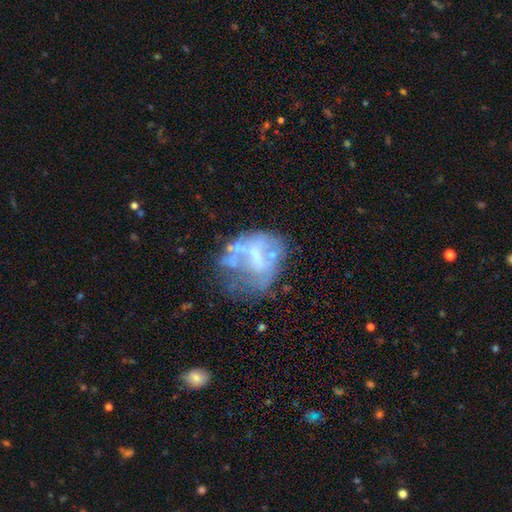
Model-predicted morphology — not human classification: This appears to be a featured or disk galaxy (62%) with no bar (65%), no spiral arms (86%) and no central bulge (50%). Merging: none (36%).